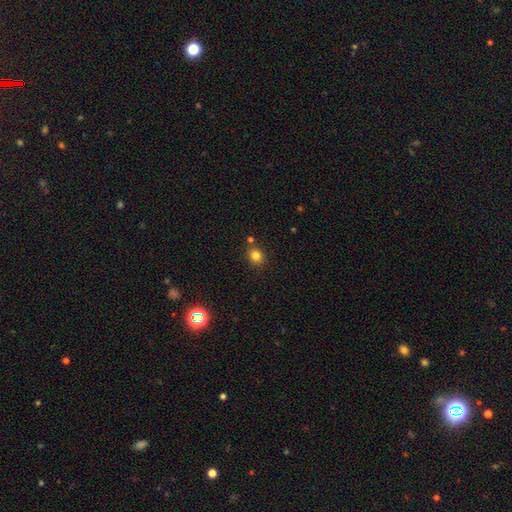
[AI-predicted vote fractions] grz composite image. It shows a smooth galaxy with no disk features (80%) that is round (71%). Merging: none (80%).